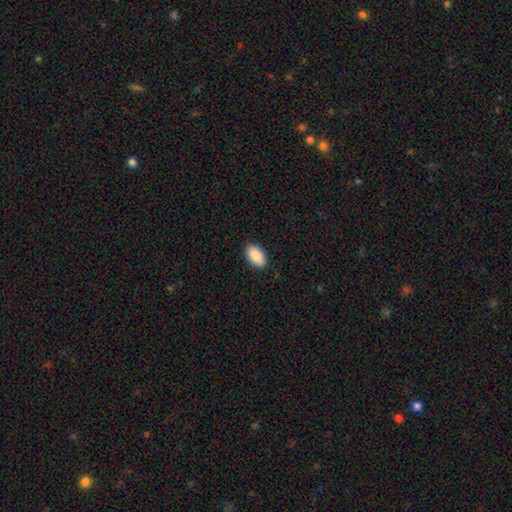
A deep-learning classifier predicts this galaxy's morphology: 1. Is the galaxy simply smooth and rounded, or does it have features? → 90% smooth, 6% star or artifact, 4% featured or disk.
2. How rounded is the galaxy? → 95% in between, 3% round, 2% cigar-shaped.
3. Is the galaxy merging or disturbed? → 89% none, 9% minor disturbance, 2% major disturbance, 1% merger.